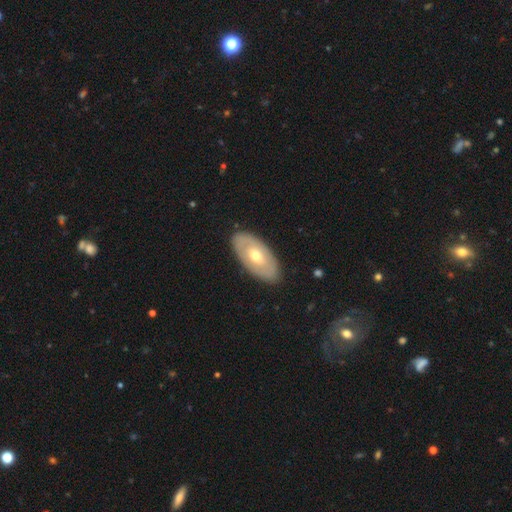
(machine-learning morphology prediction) This appears to be a featured or disk galaxy (52%). Merging: none (86%).